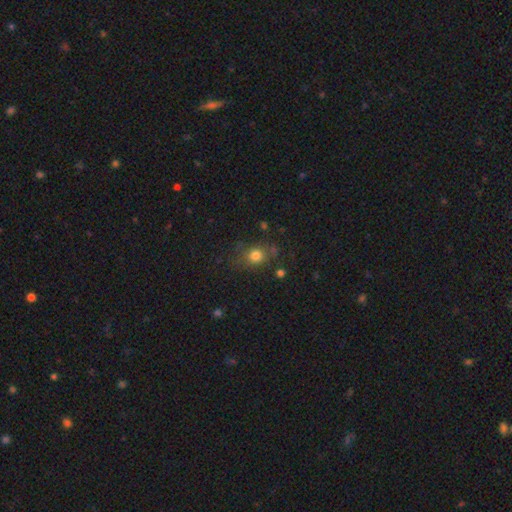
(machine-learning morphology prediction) smooth-or-featured: smooth: 77% | star or artifact: 15% | featured or disk: 8%
  how-rounded: round: 70% | in between: 28% | cigar-shaped: 1%
  merging: none: 71% | minor disturbance: 17% | major disturbance: 8% | merger: 4%